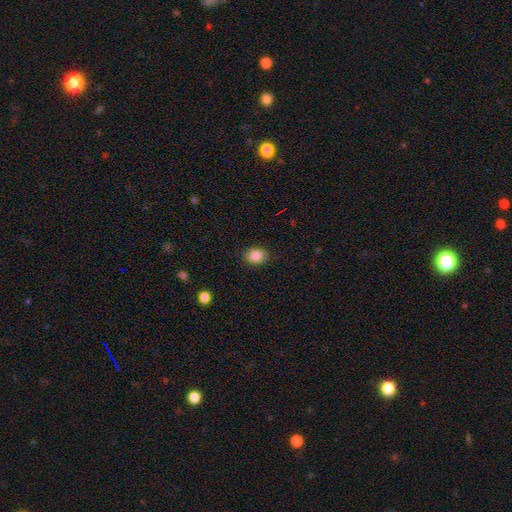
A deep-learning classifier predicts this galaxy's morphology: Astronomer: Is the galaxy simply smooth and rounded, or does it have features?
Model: smooth — 87%.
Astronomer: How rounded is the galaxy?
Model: round — 50% (runner-up: in between, 49%).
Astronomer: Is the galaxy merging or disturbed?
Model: none — 87%.